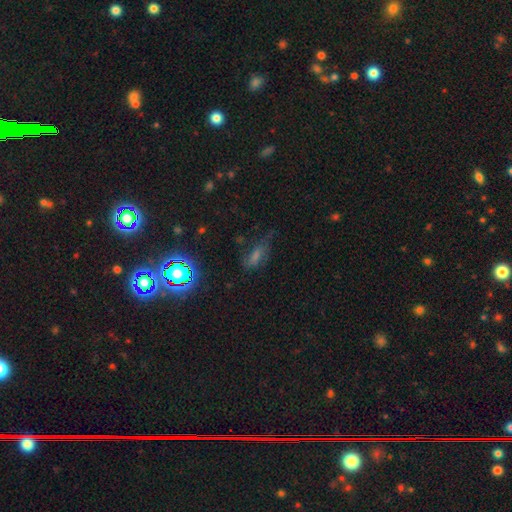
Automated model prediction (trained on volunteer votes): smooth_or_featured: smooth (p=0.41) [alt: star or artifact p=0.37]
merging: none (p=0.53) [alt: minor disturbance p=0.26]